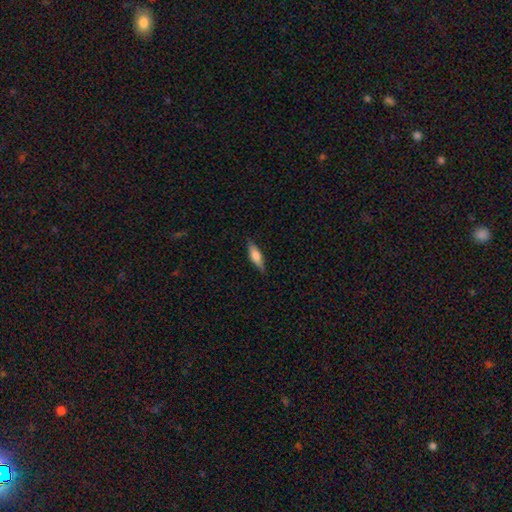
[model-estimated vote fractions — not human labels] This is likely a smooth galaxy (60%). How rounded: possibly cigar-shaped (56%). Merging: clearly none (84%).